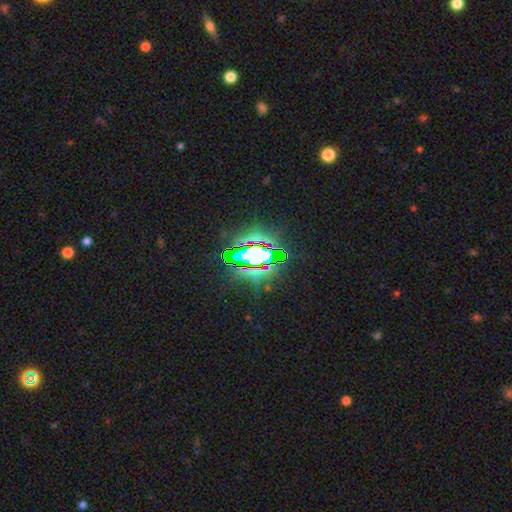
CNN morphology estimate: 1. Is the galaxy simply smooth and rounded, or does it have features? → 72% star or artifact, 16% smooth, 12% featured or disk.